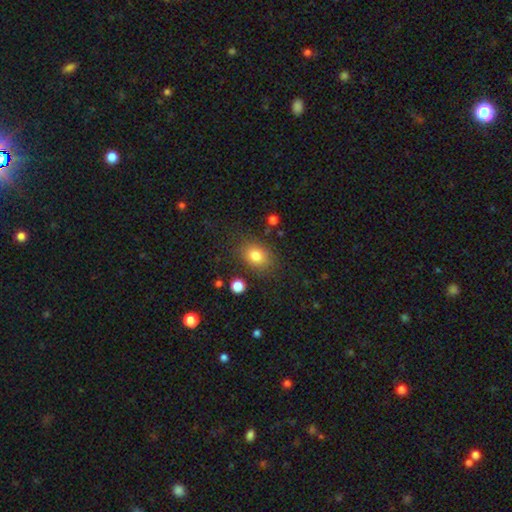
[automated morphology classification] Overall: smooth (81%). How rounded: in between (67%; round 32%). Merging: none (79%).